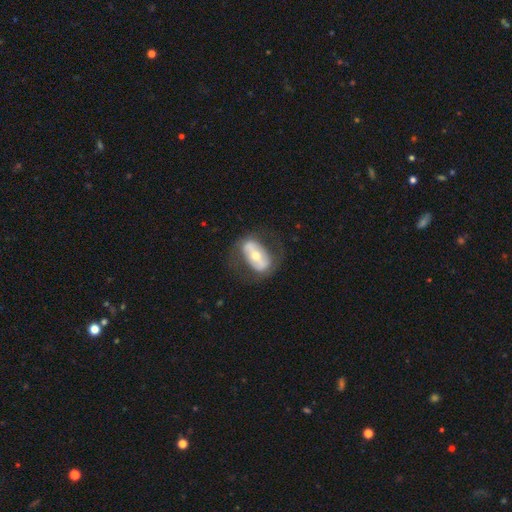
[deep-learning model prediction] Smooth or featured? featured or disk (63%)
Edge-on disk? no (89%)
Bar? strong (49%)
Spiral arms? no (62%)
Bulge size? moderate (58%)
Merging? none (66%)